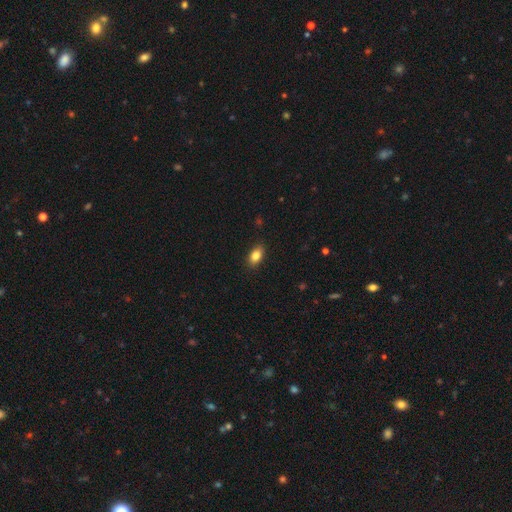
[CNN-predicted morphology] A smooth galaxy with no disk features (85%) that is in between round and cigar-shaped (87%).

Vote fractions:
- Smooth or featured? smooth: 85% / star or artifact: 8% / featured or disk: 7%
- How rounded? in between: 87% / round: 9% / cigar-shaped: 3%
- Merging? none: 86% / minor disturbance: 10% / major disturbance: 2% / merger: 1%